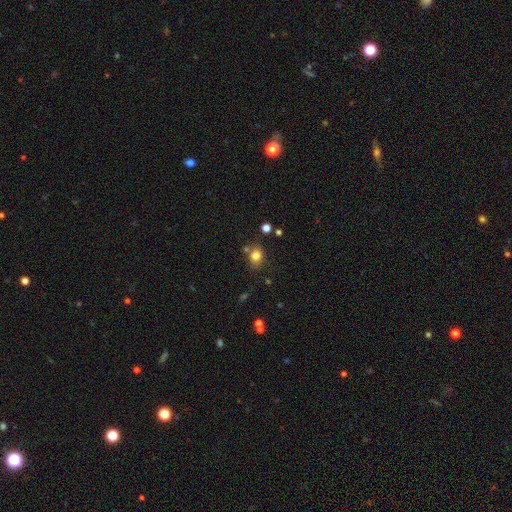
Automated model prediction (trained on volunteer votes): The model was most divided on "how rounded": round: 58%, in between: 41%, cigar-shaped: 1%. More confident: smooth or featured — smooth (81%); merging — none (72%).